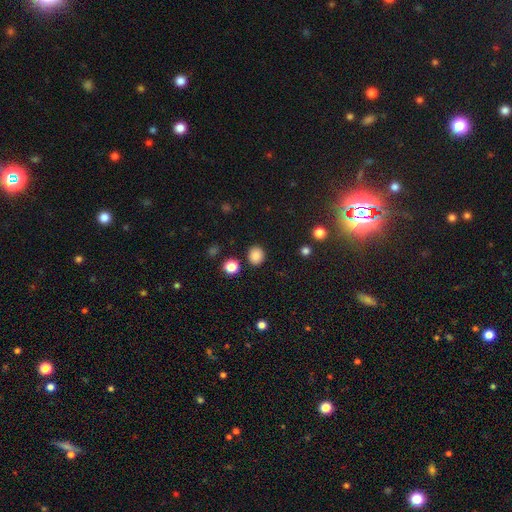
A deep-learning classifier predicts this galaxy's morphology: smooth-or-featured: smooth: 85% | star or artifact: 11% | featured or disk: 4%
  how-rounded: round: 79% | in between: 20% | cigar-shaped: 1%
  merging: none: 88% | minor disturbance: 7% | merger: 3% | major disturbance: 2%